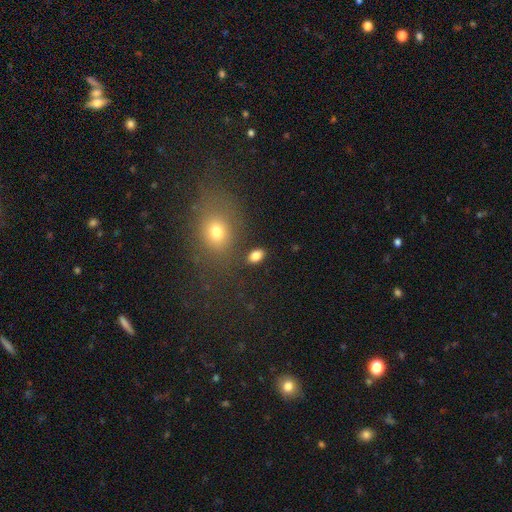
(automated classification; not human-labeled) Q: Smooth or featured?
A: smooth (83%); runner-up: star or artifact (10%)
Q: How rounded?
A: in between (86%); runner-up: round (12%)
Q: Merging?
A: none (83%); runner-up: minor disturbance (9%)